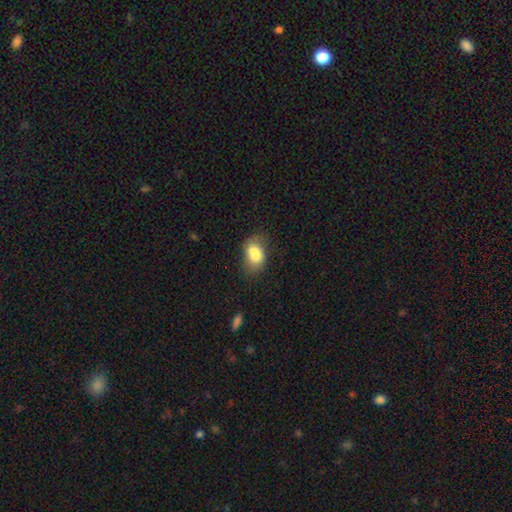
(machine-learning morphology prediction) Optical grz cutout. It shows a smooth galaxy with no disk features (72%) that is in between round and cigar-shaped (75%). Merging: merger (41%).